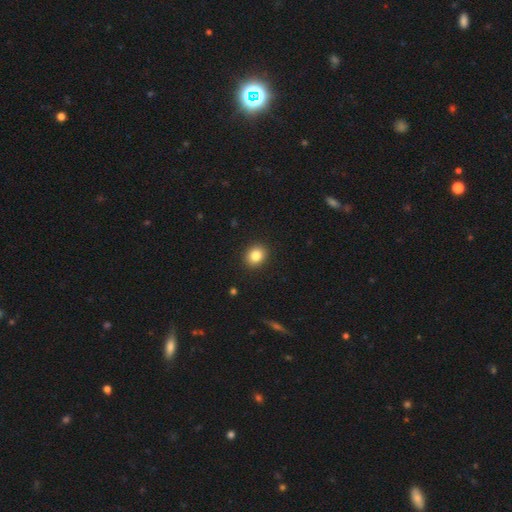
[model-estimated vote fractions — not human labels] Smooth or featured: smooth — 84% (star or artifact — 10%)
How rounded: round — 63% (in between — 36%)
Merging: none — 91% (minor disturbance — 6%)